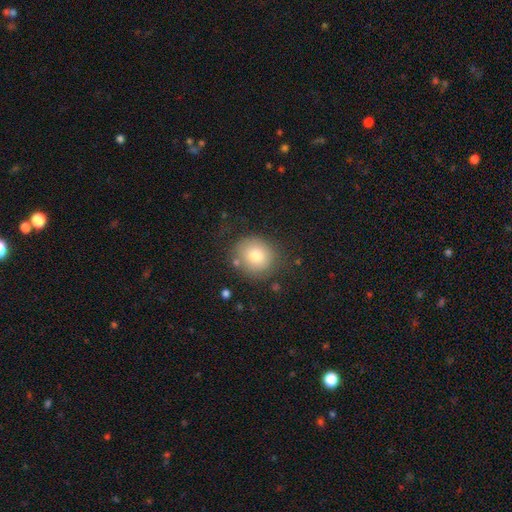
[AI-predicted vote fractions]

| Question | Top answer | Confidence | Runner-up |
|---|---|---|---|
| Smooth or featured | smooth | 76% | featured or disk (13%) |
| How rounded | round | 82% | in between (17%) |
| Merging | none | 77% | minor disturbance (15%) |